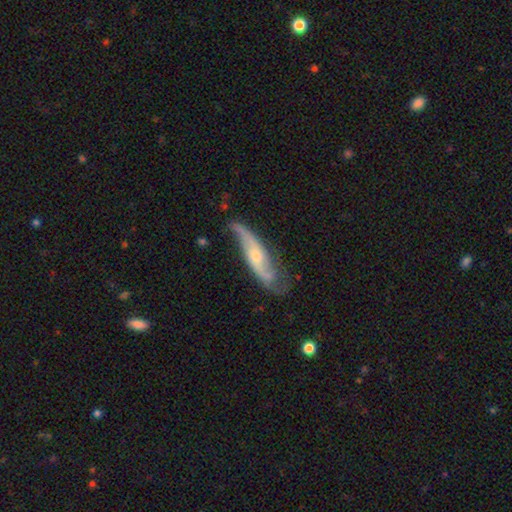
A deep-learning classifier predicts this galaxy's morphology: The model was most divided on "bulge size": small: 60%, moderate: 35%, none: 2%, large: 2%, dominant: 1%. More confident: spiral arms — yes (94%); spiral arm count — 2 (89%); edge-on disk — no (81%); smooth or featured — featured or disk (80%); spiral winding — loose (75%); merging — none (62%); bar — no (61%).